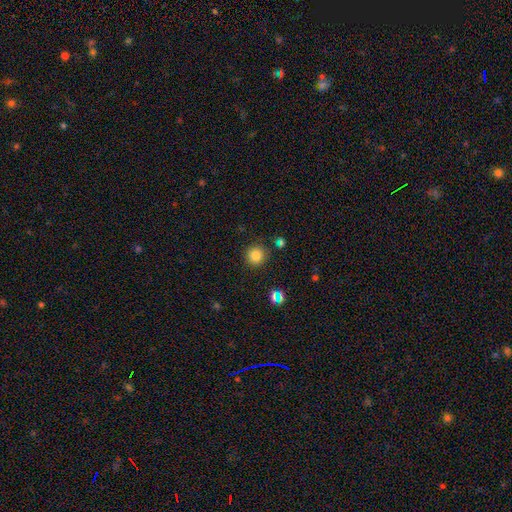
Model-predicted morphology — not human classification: Q: Smooth or featured?
A: smooth (80%); runner-up: star or artifact (14%)
Q: How rounded?
A: round (93%); runner-up: in between (6%)
Q: Merging?
A: none (86%); runner-up: minor disturbance (8%)